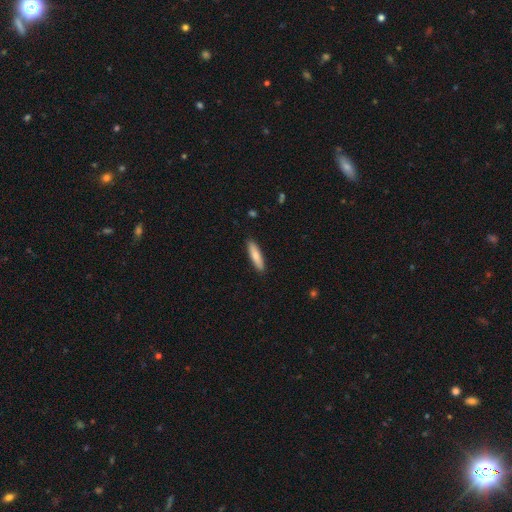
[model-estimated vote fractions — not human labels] The model was most divided on "smooth or featured": smooth: 74%, featured or disk: 20%, star or artifact: 5%. More confident: merging — none (90%); how rounded — cigar-shaped (77%).